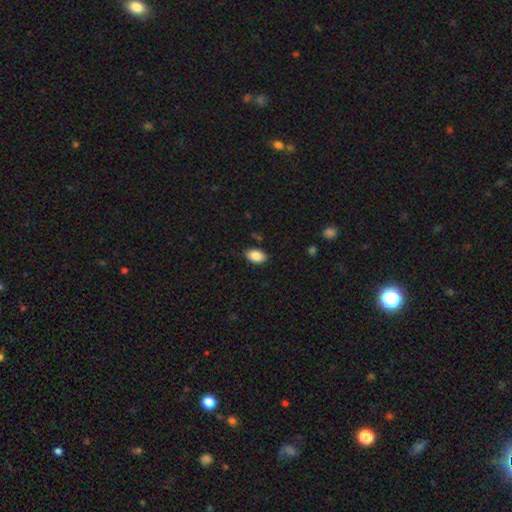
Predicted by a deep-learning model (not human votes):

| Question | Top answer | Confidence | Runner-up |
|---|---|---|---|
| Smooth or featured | smooth | 86% | star or artifact (7%) |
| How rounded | in between | 90% | round (8%) |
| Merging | none | 87% | minor disturbance (10%) |